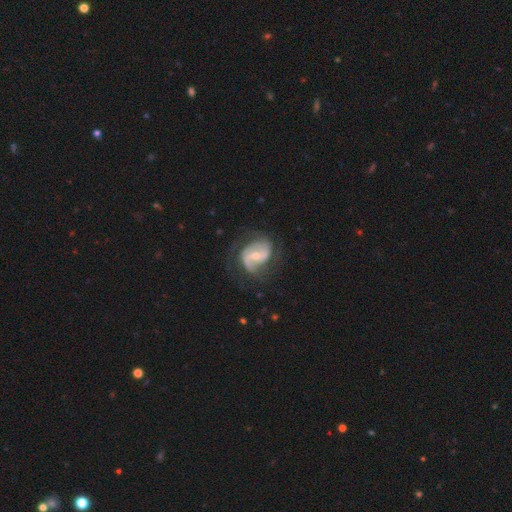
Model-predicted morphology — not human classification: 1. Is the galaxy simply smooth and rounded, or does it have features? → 83% featured or disk, 11% smooth, 5% star or artifact.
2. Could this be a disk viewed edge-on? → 97% no, 3% yes.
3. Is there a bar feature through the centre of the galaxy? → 48% weak, 26% no, 26% strong.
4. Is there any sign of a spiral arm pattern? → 93% yes, 7% no.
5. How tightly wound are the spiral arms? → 47% medium, 27% loose, 26% tight.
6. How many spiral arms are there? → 71% 2, 12% can't tell, 9% 3, 4% 1, 2% 4, 2% more than 4.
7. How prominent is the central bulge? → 50% moderate, 45% small, 3% large, 2% none, 1% dominant.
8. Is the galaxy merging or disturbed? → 64% none, 20% minor disturbance, 14% major disturbance, 2% merger.